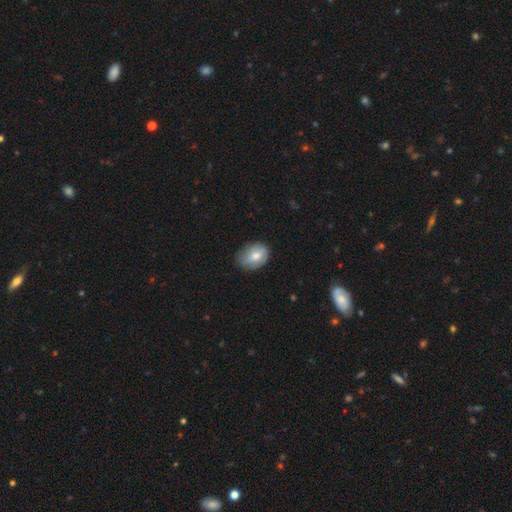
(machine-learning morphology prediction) A smooth galaxy with no disk features (70%) that is in between round and cigar-shaped (67%). Merging: none (62%).